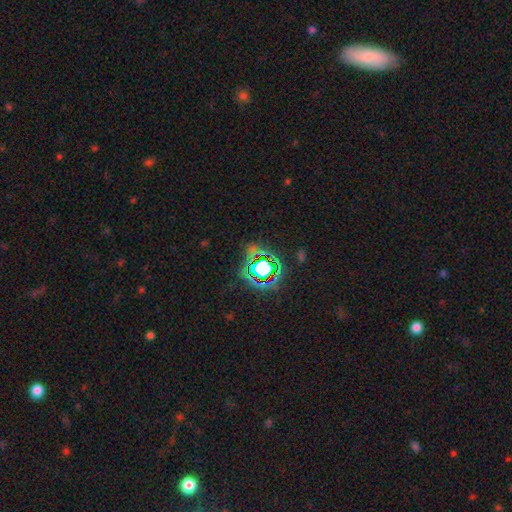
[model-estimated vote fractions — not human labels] Q: Smooth or featured?
A: star or artifact (78%); runner-up: smooth (14%)